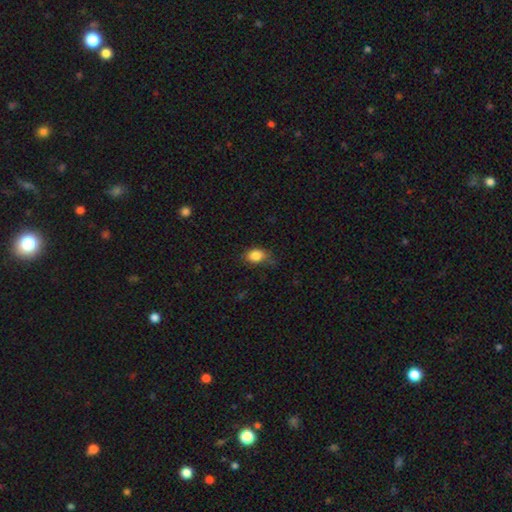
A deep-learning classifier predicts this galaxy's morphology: Smooth or featured: smooth — 85% (star or artifact — 9%)
How rounded: in between — 73% (round — 25%)
Merging: none — 61% (minor disturbance — 29%)